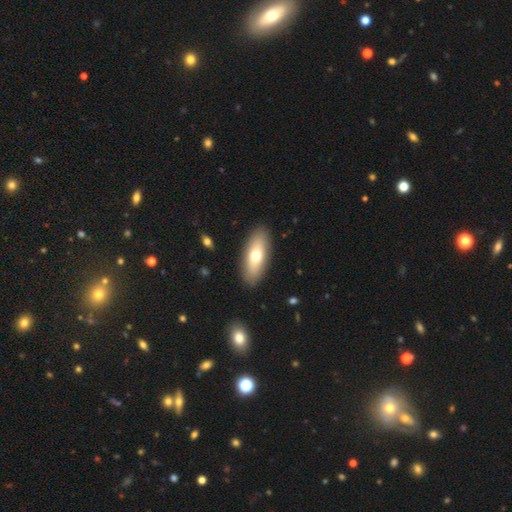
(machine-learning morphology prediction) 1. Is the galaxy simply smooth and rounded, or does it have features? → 67% smooth, 27% featured or disk, 6% star or artifact.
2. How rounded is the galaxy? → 75% in between, 22% cigar-shaped, 3% round.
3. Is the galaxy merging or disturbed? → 89% none, 8% minor disturbance, 2% major disturbance, 1% merger.